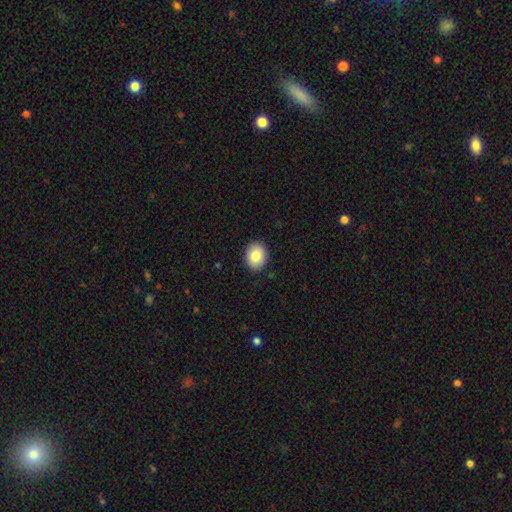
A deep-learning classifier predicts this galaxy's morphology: Smooth or featured: smooth — 83% (featured or disk — 9%)
How rounded: in between — 51% (round — 48%)
Merging: none — 90% (minor disturbance — 7%)